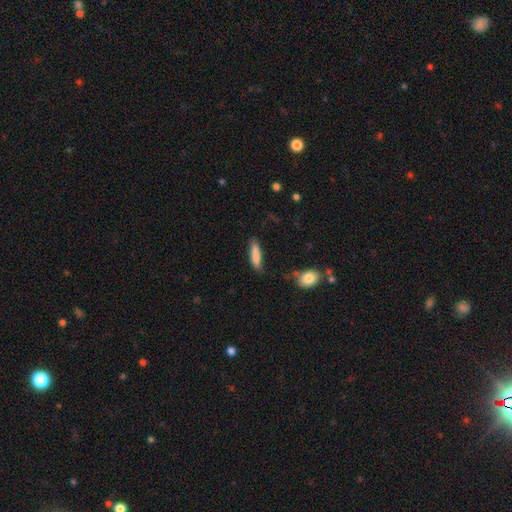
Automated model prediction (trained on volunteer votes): A smooth galaxy with no disk features (82%) that is cigar-shaped (74%). Merging: none (72%).